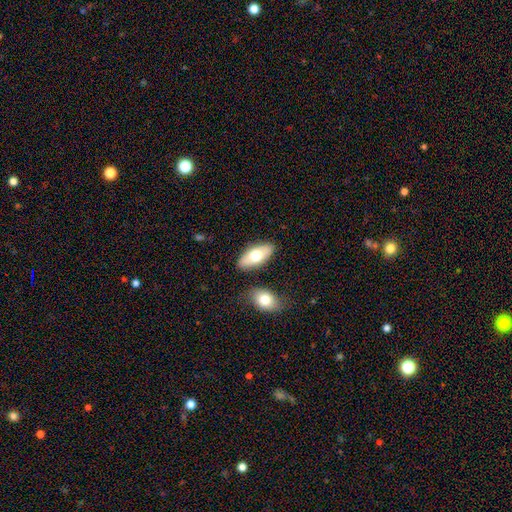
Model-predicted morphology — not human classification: type=smooth (70%); roundness=in between (88%); merging=none (82%).